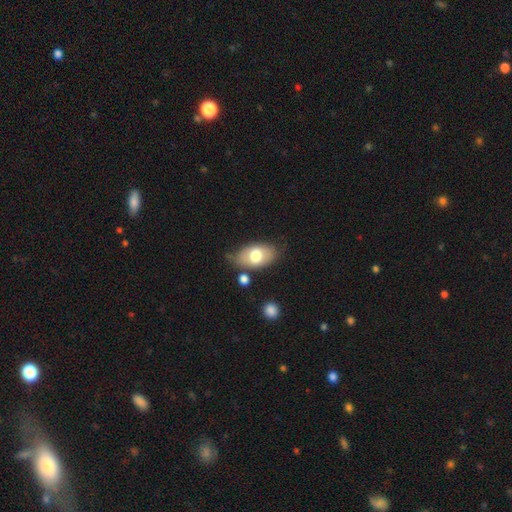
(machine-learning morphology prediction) smooth_or_featured: smooth (p=0.69) [alt: featured or disk p=0.24]
how_rounded: in between (p=0.92) [alt: round p=0.06]
merging: none (p=0.64) [alt: minor disturbance p=0.23]